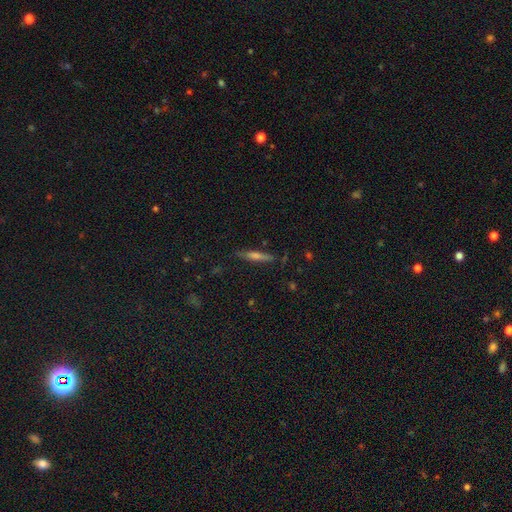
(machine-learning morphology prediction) The model was most divided on "smooth or featured": featured or disk: 55%, smooth: 36%, star or artifact: 9%. More confident: edge-on disk — yes (96%); merging — none (87%); edge-on bulge — rounded (69%).